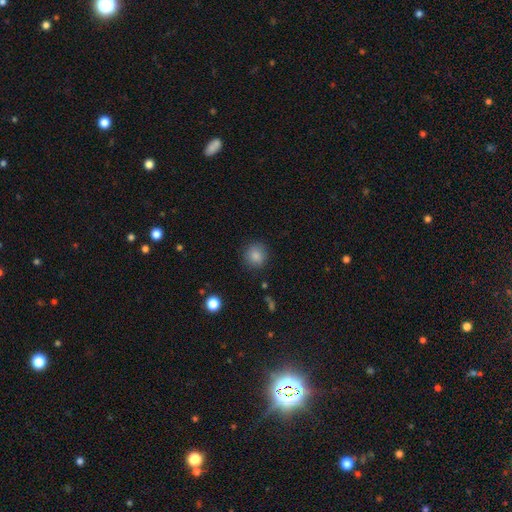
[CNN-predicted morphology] Smooth or featured: smooth — 85% (star or artifact — 10%)
How rounded: round — 90% (in between — 9%)
Merging: none — 87% (minor disturbance — 9%)